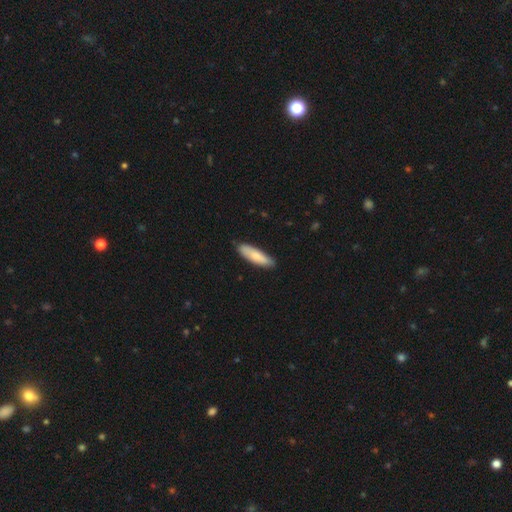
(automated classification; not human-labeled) Smooth or featured? Predicted: smooth (p=0.80). How rounded? Predicted: cigar-shaped (p=0.59). Merging? Predicted: none (p=0.85).